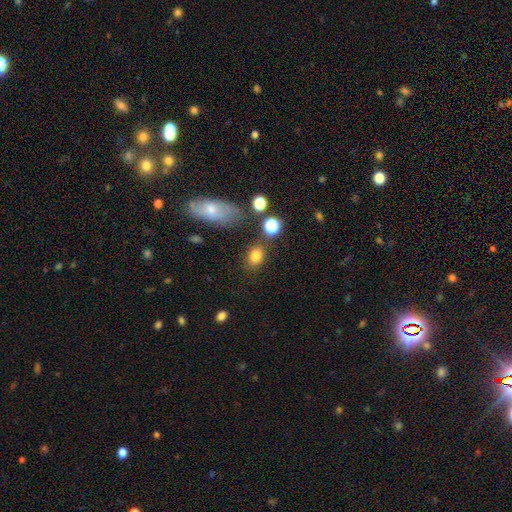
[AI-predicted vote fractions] Overall: smooth (80%). How rounded: in between (64%; round 34%). Merging: none (73%).